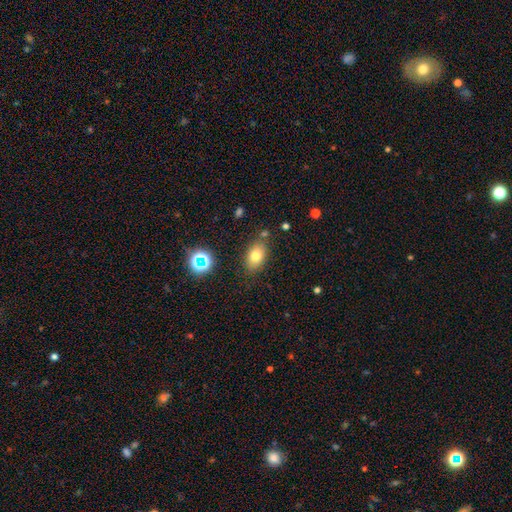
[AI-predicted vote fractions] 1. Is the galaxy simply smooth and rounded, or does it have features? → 75% smooth, 13% featured or disk, 12% star or artifact.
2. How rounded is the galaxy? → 84% in between, 14% round, 2% cigar-shaped.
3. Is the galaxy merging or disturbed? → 78% none, 13% minor disturbance, 5% merger, 4% major disturbance.